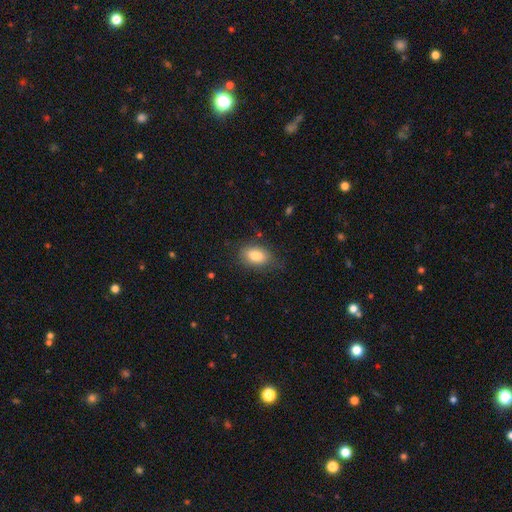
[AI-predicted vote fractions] Smooth or featured: smooth — 83% (featured or disk — 9%)
How rounded: in between — 88% (round — 10%)
Merging: none — 74% (minor disturbance — 19%)